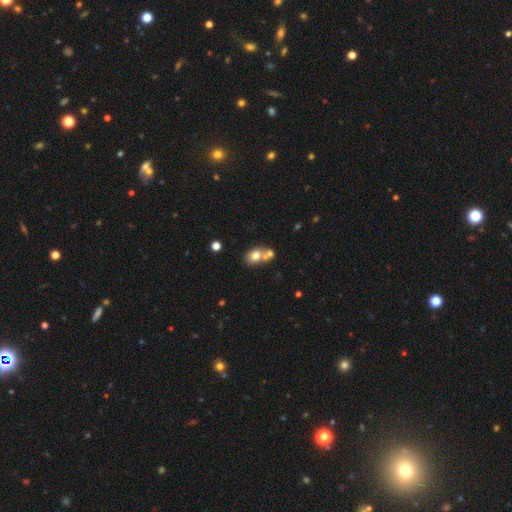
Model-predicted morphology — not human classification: smooth_or_featured: smooth (p=0.71) [alt: featured or disk p=0.18]
how_rounded: in between (p=0.51) [alt: round p=0.48]
merging: merger (p=0.48) [alt: none p=0.38]